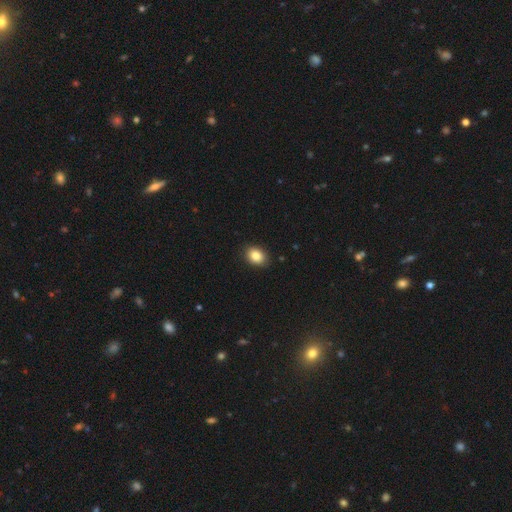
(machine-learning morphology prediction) smooth-or-featured: smooth: 85% | star or artifact: 9% | featured or disk: 6%
  how-rounded: in between: 64% | round: 35% | cigar-shaped: 1%
  merging: none: 89% | minor disturbance: 8% | major disturbance: 2% | merger: 1%